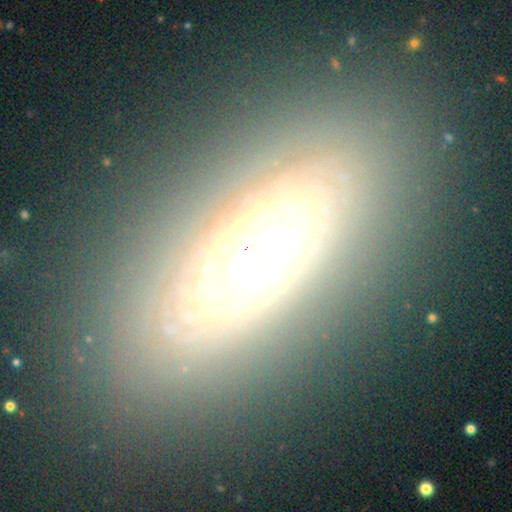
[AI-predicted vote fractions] This appears to be a featured or disk galaxy (65%). Merging: none (80%).